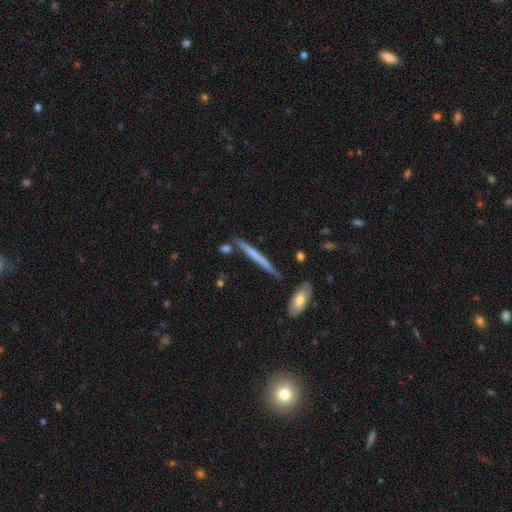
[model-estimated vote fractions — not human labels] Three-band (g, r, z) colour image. It shows a smooth galaxy with no disk features (48%). Merging: none (85%).